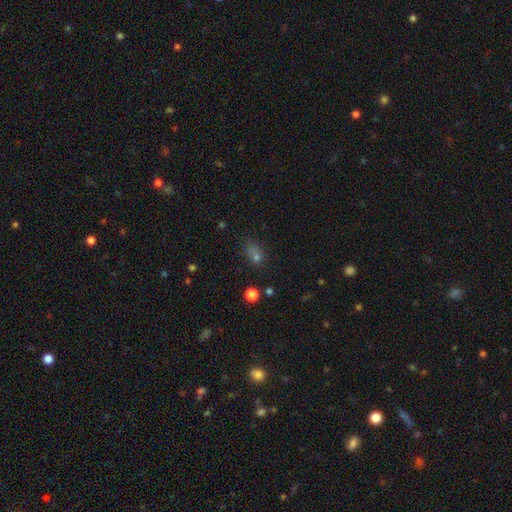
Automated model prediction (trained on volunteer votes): Smooth or featured? Predicted: smooth (p=0.62). How rounded? Predicted: in between (p=0.58). Merging? Predicted: none (p=0.57).